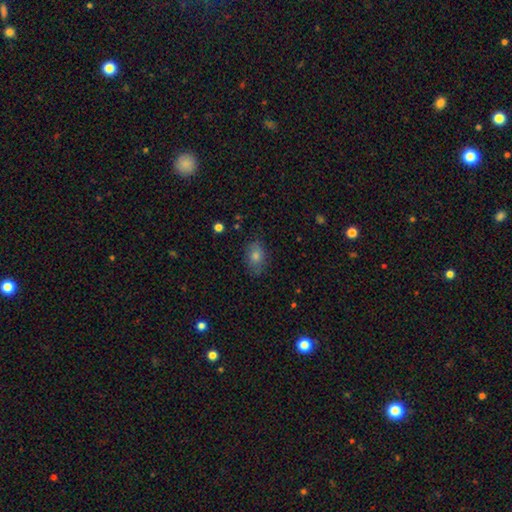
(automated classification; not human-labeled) This is likely a smooth galaxy (71%). How rounded: likely in between (74%). Merging: clearly none (80%).